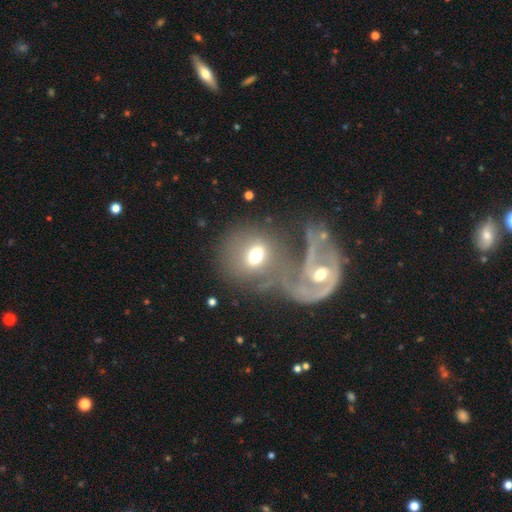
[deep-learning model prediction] Smooth or featured: smooth — 46% (featured or disk — 44%)
Merging: merger — 53% (none — 24%)